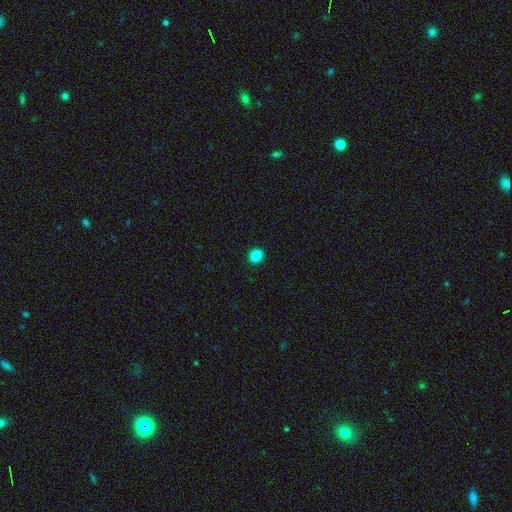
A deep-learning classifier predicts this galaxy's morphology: smooth_or_featured: smooth (p=0.84) [alt: star or artifact p=0.13]
how_rounded: round (p=0.69) [alt: in between p=0.30]
merging: none (p=0.84) [alt: minor disturbance p=0.12]